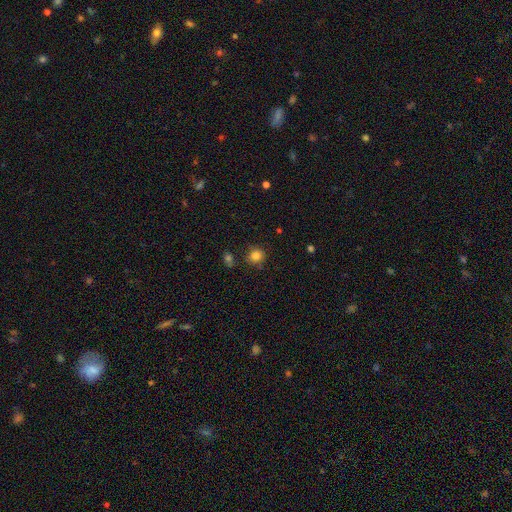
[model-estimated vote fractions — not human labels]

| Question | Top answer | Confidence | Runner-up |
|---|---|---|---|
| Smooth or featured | smooth | 83% | star or artifact (12%) |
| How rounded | round | 88% | in between (11%) |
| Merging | none | 79% | minor disturbance (12%) |